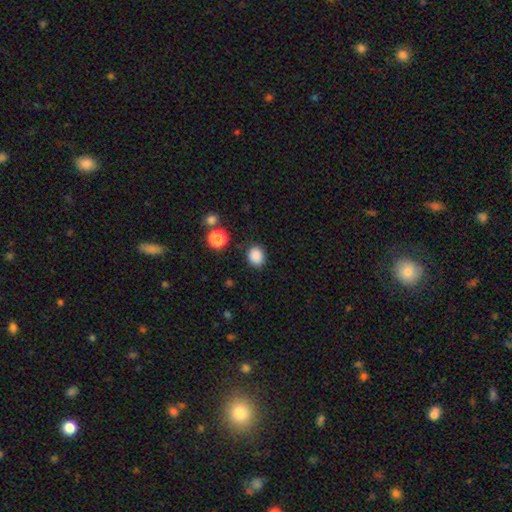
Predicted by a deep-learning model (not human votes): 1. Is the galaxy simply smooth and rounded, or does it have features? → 86% smooth, 11% star or artifact, 3% featured or disk.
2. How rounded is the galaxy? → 63% round, 36% in between, 1% cigar-shaped.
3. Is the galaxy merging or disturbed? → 84% none, 10% minor disturbance, 3% major disturbance, 2% merger.